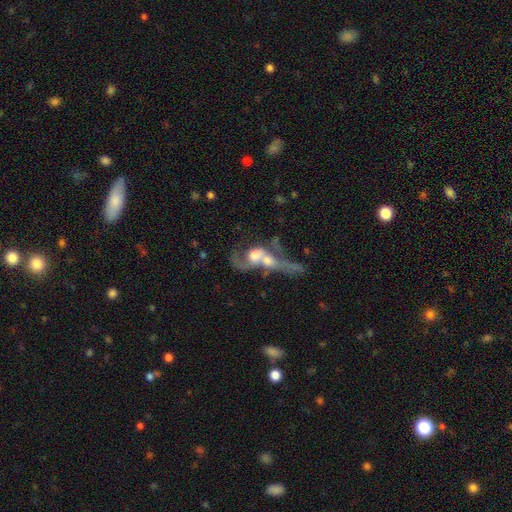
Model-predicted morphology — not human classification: Smooth or featured?
  - featured or disk: 58% *
  - smooth: 34%
  - star or artifact: 9%
Edge-on disk?
  - no: 92% *
  - yes: 8%
Bar?
  - no: 77% *
  - weak: 19%
  - strong: 5%
Spiral arms?
  - yes: 57% *
  - no: 43%
Bulge size?
  - large: 40% *
  - moderate: 36%
  - none: 9%
  - small: 9%
  - dominant: 6%
Merging?
  - merger: 76% *
  - major disturbance: 13%
  - none: 7%
  - minor disturbance: 4%